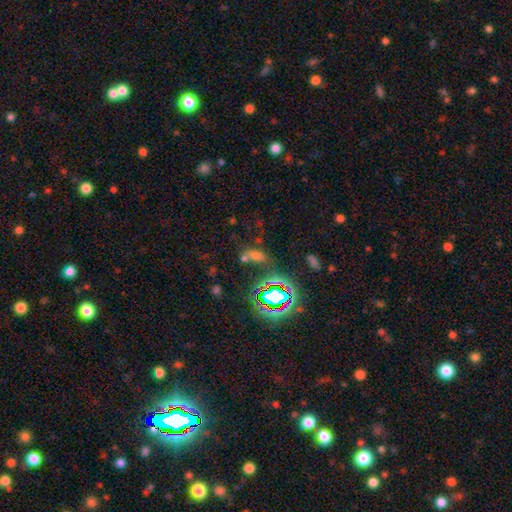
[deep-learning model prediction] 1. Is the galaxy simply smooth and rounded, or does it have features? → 48% smooth, 38% star or artifact, 14% featured or disk.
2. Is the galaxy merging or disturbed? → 47% none, 27% merger, 15% minor disturbance, 11% major disturbance.